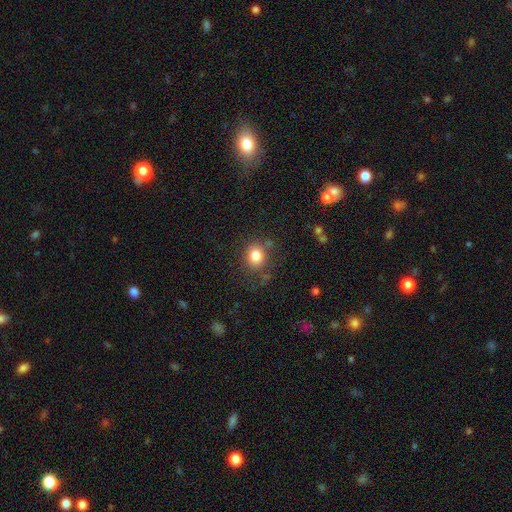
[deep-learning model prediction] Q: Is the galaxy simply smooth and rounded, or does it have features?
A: smooth — 82%.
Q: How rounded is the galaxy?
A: round — 65%.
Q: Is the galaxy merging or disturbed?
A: none — 75%.